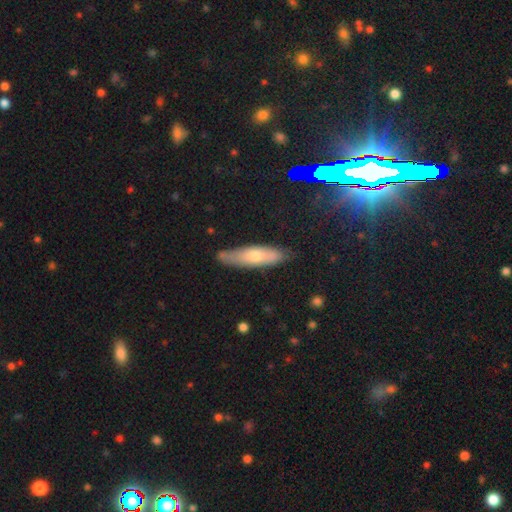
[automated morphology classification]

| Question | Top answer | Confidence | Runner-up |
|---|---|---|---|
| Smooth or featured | smooth | 58% | featured or disk (34%) |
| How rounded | cigar-shaped | 66% | in between (32%) |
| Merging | none | 77% | minor disturbance (18%) |